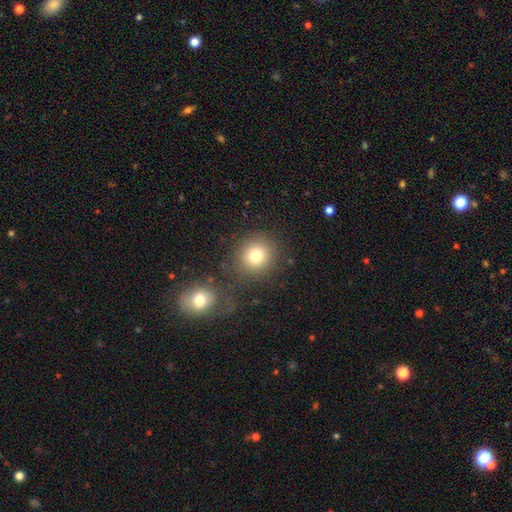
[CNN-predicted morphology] smooth 78%, star or artifact 12%, featured or disk 10%. Down the decision tree: how rounded — round (86%); merging — none (77%).